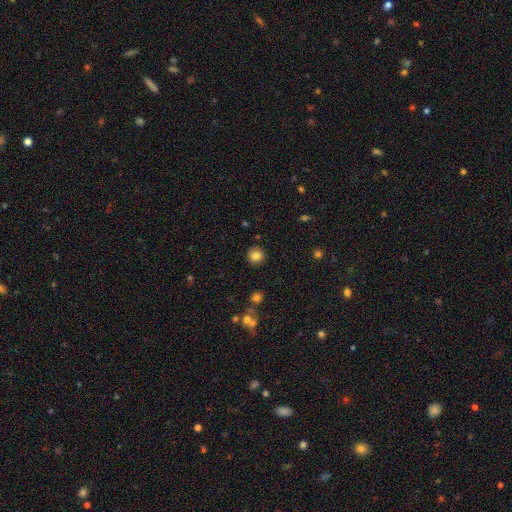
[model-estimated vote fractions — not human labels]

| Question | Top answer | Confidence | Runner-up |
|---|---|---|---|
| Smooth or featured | smooth | 84% | star or artifact (11%) |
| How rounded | round | 93% | in between (6%) |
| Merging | none | 90% | minor disturbance (6%) |